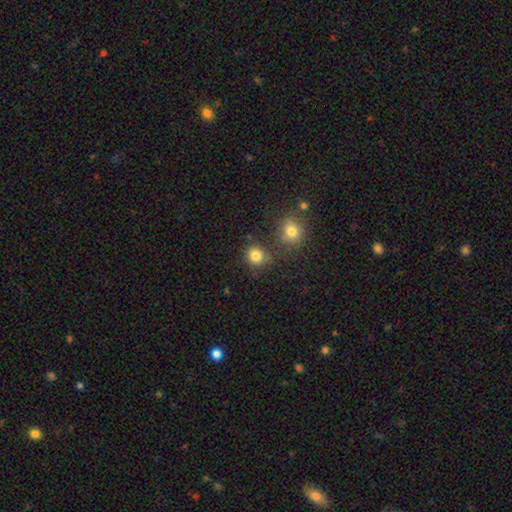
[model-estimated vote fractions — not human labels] A smooth galaxy with no disk features (82%) that is round (82%). Merging: none (74%).